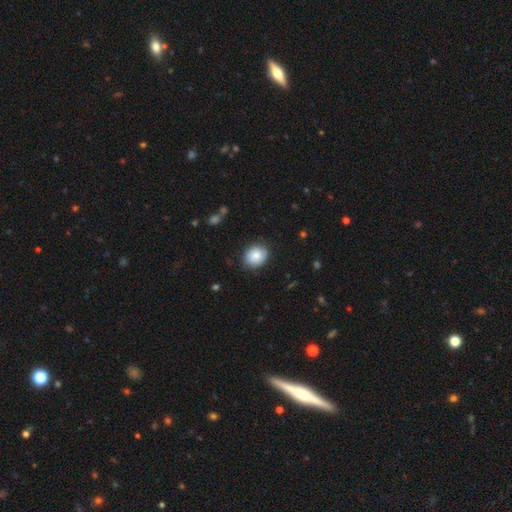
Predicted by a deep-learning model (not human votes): Q: Smooth or featured?
A: smooth (81%); runner-up: featured or disk (12%)
Q: How rounded?
A: round (65%); runner-up: in between (34%)
Q: Merging?
A: none (82%); runner-up: minor disturbance (14%)